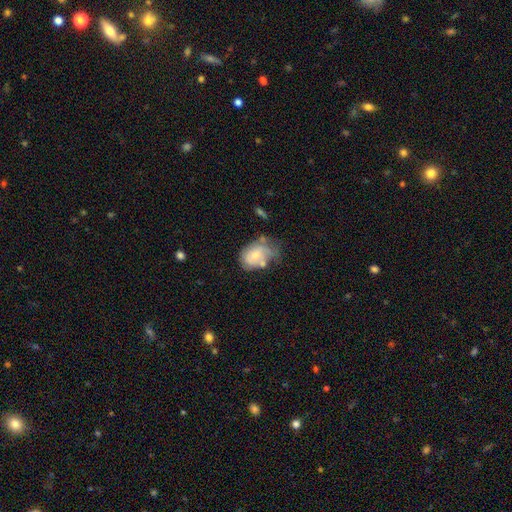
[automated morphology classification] The model was most divided on "merging": minor disturbance: 33%, none: 30%, major disturbance: 22%, merger: 16%. More confident: how rounded — in between (72%); smooth or featured — smooth (52%).